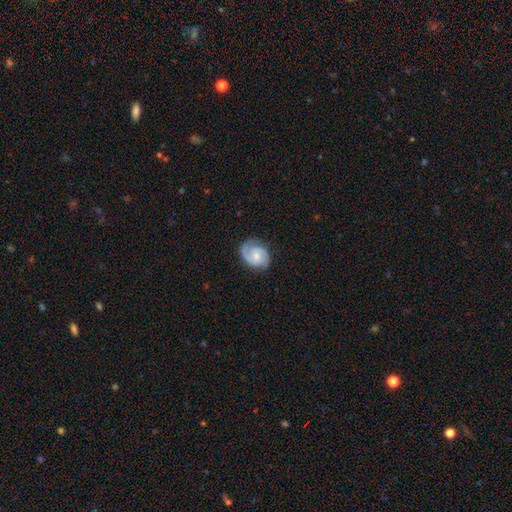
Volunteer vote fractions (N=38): Smooth or featured: featured or disk — 92% (smooth — 5%)
Edge-on disk: no — 89% (yes — 11%)
Bar: no — 68% (weak — 32%)
Spiral arms: yes — 97% (no — 3%)
Spiral winding: medium — 47% (tight — 43%)
Spiral arm count: 2 — 87% (1 — 7%)
Bulge size: moderate — 61% (small — 32%)
Merging: none — 65% (minor disturbance — 27%)